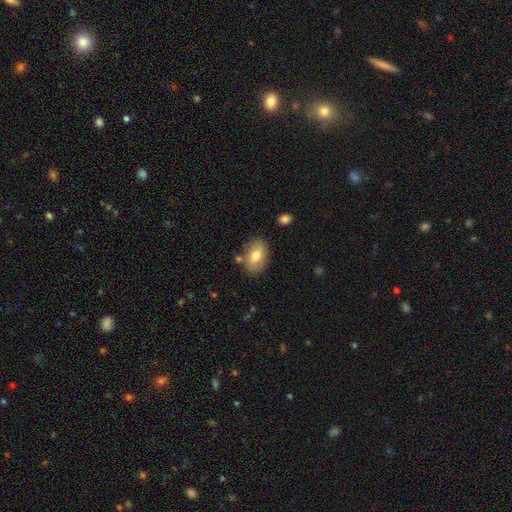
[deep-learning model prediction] Q: Smooth or featured?
A: smooth (72%); runner-up: featured or disk (20%)
Q: How rounded?
A: in between (84%); runner-up: round (14%)
Q: Merging?
A: none (79%); runner-up: minor disturbance (13%)